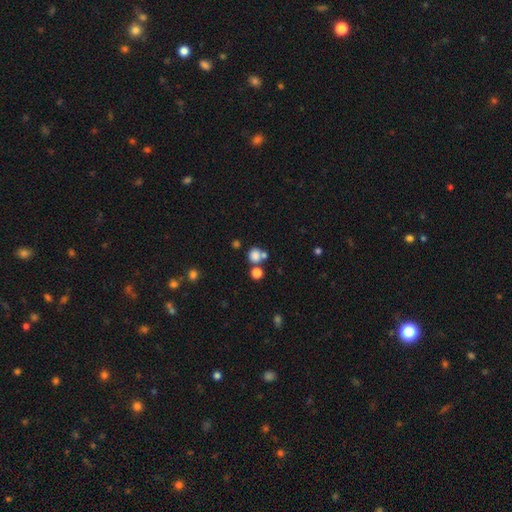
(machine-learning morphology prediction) This is likely a smooth galaxy (78%). How rounded: clearly round (86%). Merging: possibly none (57%).